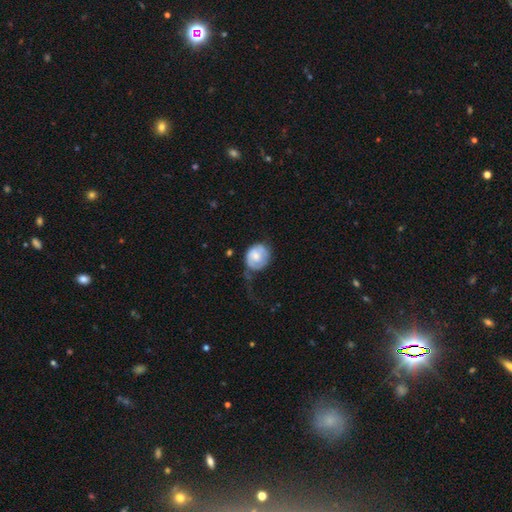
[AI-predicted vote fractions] Smooth or featured? smooth (55%)
How rounded? round (65%)
Merging? none (33%)